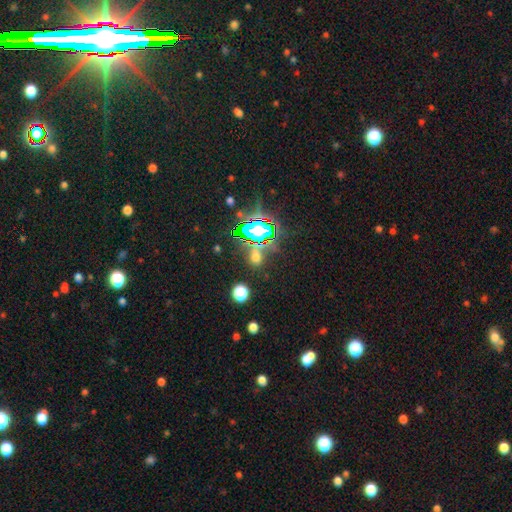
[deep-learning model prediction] This appears to be a star or artifact, not a galaxy (52%).